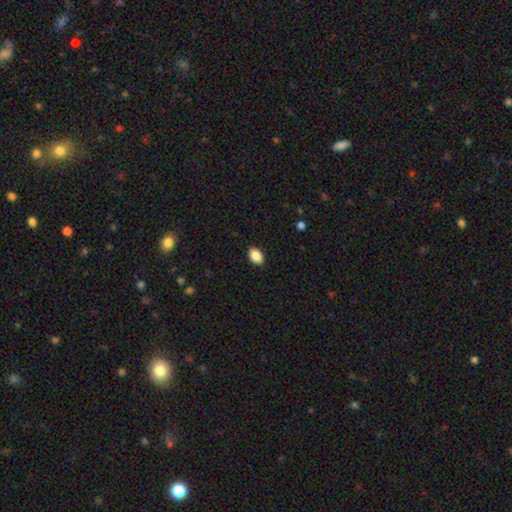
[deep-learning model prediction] A smooth galaxy with no disk features (88%) that is in between round and cigar-shaped (86%).

Vote fractions:
- Smooth or featured? smooth: 88% / star or artifact: 8% / featured or disk: 5%
- How rounded? in between: 86% / round: 13% / cigar-shaped: 1%
- Merging? none: 89% / minor disturbance: 8% / major disturbance: 2% / merger: 1%